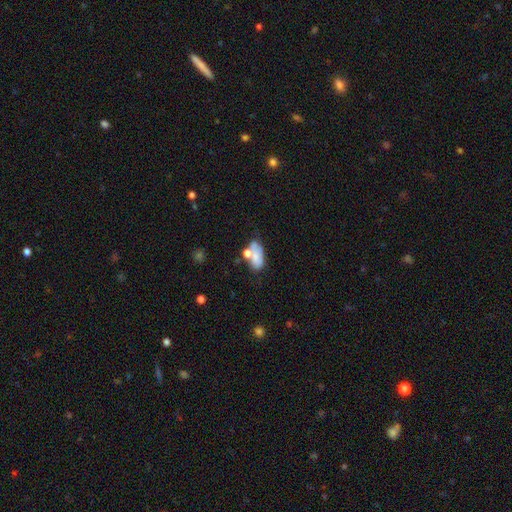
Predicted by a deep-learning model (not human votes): A smooth galaxy with no disk features (67%) that is in between round and cigar-shaped (89%).

Vote fractions:
- Smooth or featured? smooth: 67% / featured or disk: 24% / star or artifact: 9%
- How rounded? in between: 89% / round: 8% / cigar-shaped: 3%
- Merging? none: 37% / merger: 31% / minor disturbance: 21% / major disturbance: 11%